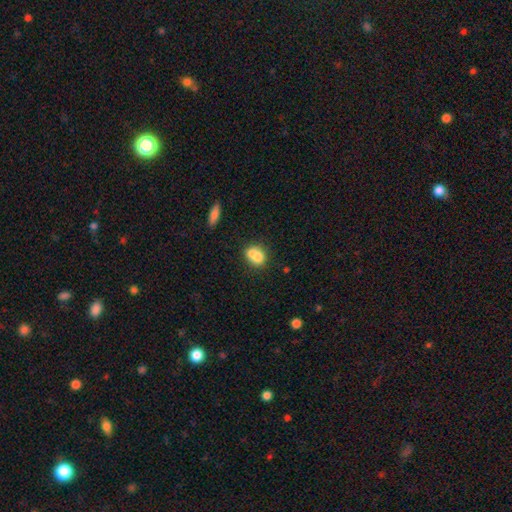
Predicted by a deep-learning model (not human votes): smooth 74%, featured or disk 17%, star or artifact 9%. Down the decision tree: how rounded — in between (52%); merging — merger (47%).